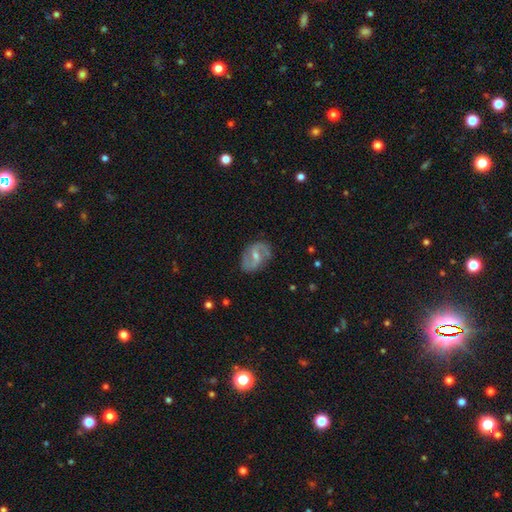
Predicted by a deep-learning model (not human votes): Smooth or featured: featured or disk — 81% (smooth — 12%)
Edge-on disk: no — 97% (yes — 3%)
Bar: weak — 51% (no — 26%)
Spiral arms: yes — 92% (no — 8%)
Spiral winding: medium — 48% (loose — 30%)
Spiral arm count: 2 — 90% (can't tell — 5%)
Bulge size: small — 50% (moderate — 44%)
Merging: none — 81% (minor disturbance — 13%)